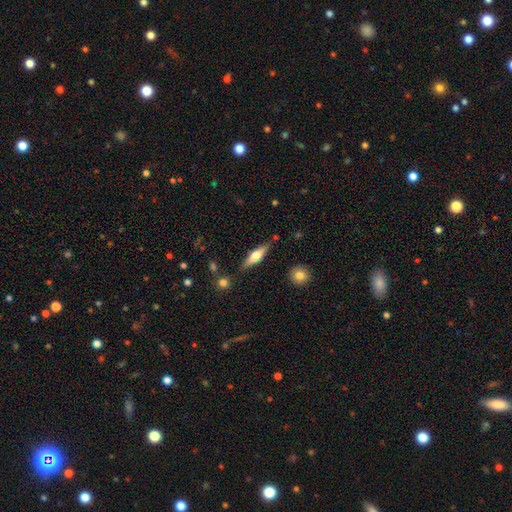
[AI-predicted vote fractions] Overall: featured or disk (51%; smooth 43%). Edge-on disk: yes (94%). Merging: none (83%).